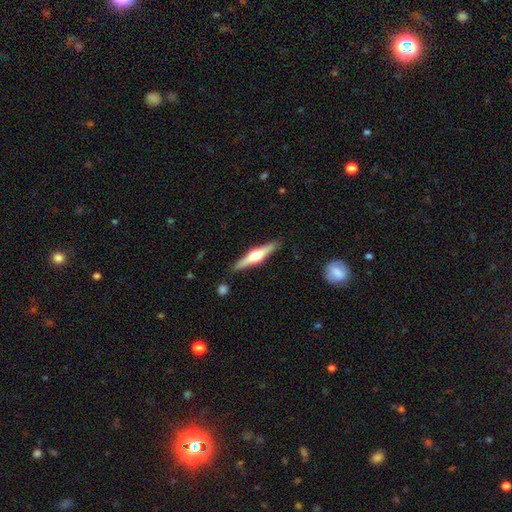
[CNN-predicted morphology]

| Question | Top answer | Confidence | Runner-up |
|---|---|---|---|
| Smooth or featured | featured or disk | 70% | smooth (25%) |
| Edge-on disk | yes | 98% | no (2%) |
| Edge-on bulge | rounded | 94% | boxy (4%) |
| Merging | none | 88% | minor disturbance (8%) |